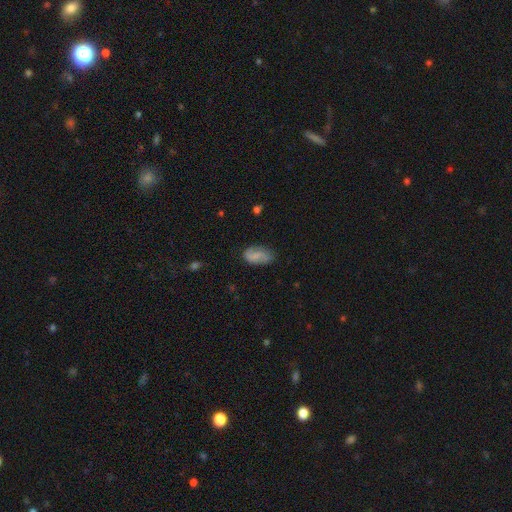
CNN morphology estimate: Smooth or featured? Predicted: smooth (p=0.64). How rounded? Predicted: in between (p=0.92). Merging? Predicted: none (p=0.61).